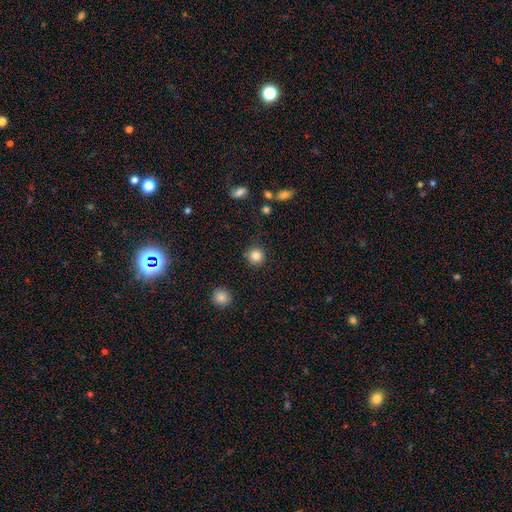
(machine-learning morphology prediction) Overall: smooth (85%). How rounded: round (93%). Merging: none (88%).